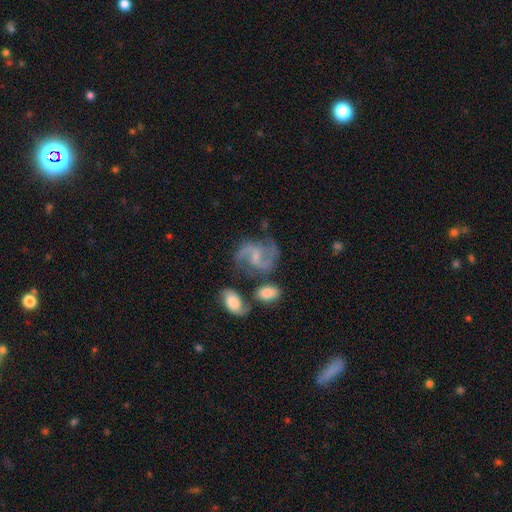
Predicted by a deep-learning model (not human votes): A featured or disk galaxy (84%) with a weak bar (51%), 2 (88%) medium (49%) spiral arms (95%) and a small central bulge (55%).

Vote fractions:
- Smooth or featured? featured or disk: 84% / smooth: 9% / star or artifact: 7%
- Edge-on disk? no: 97% / yes: 3%
- Bar? weak: 51% / no: 31% / strong: 18%
- Spiral arms? yes: 95% / no: 5%
- Spiral winding? medium: 49% / loose: 40% / tight: 11%
- Spiral arm count? 2: 88% / can't tell: 4% / 3: 3% / 1: 2% / 4: 1% / more than 4: 1%
- Bulge size? small: 55% / none: 22% / moderate: 21% / large: 2% / dominant: 1%
- Merging? none: 60% / minor disturbance: 19% / merger: 11% / major disturbance: 10%